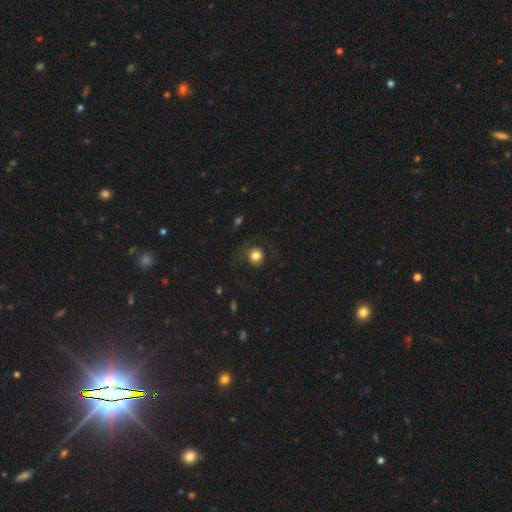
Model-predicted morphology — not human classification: smooth 78%, featured or disk 13%, star or artifact 9%. Down the decision tree: how rounded — round (88%); merging — none (67%).